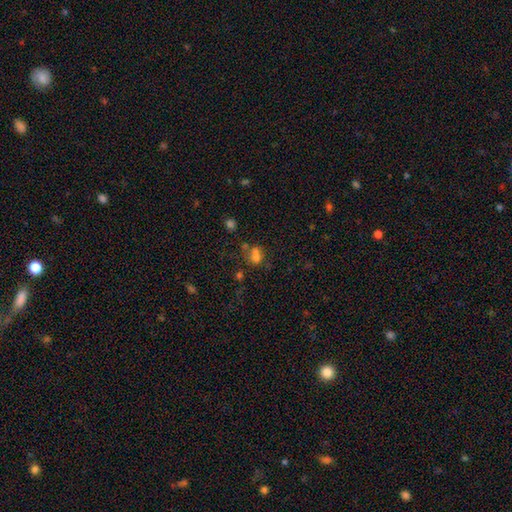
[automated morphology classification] smooth 64%, star or artifact 21%, featured or disk 15%. Down the decision tree: how rounded — round (65%); merging — merger (47%).